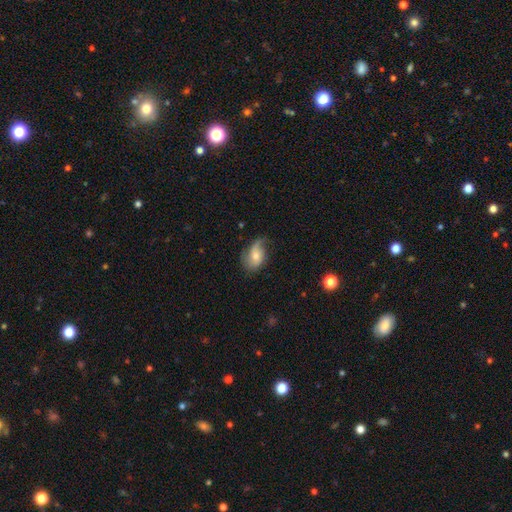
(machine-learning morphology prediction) This appears to be a featured or disk galaxy (53%) with no bar (63%), spiral arms (84%) and a moderate central bulge (52%). Merging: none (45%).